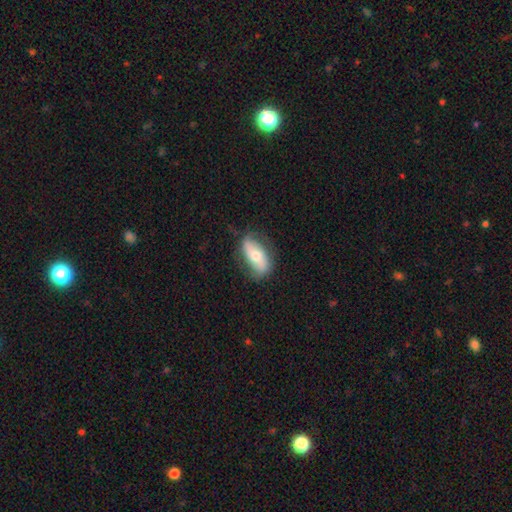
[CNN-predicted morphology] Smooth or featured?
  - smooth: 49% *
  - featured or disk: 45%
  - star or artifact: 6%
Merging?
  - none: 70% *
  - minor disturbance: 21%
  - major disturbance: 7%
  - merger: 1%